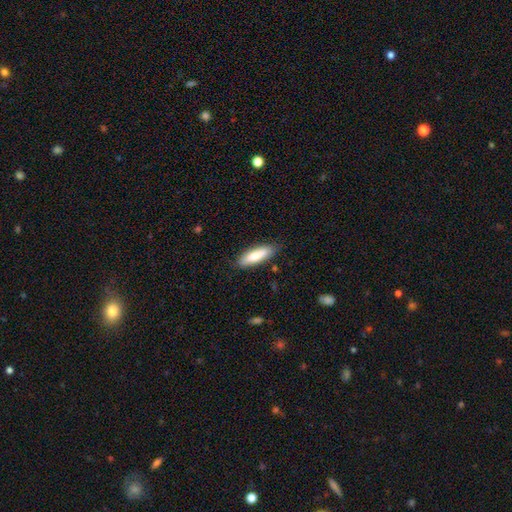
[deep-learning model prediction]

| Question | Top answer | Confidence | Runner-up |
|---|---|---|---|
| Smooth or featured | smooth | 79% | featured or disk (15%) |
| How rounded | cigar-shaped | 51% | in between (47%) |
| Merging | none | 83% | minor disturbance (13%) |